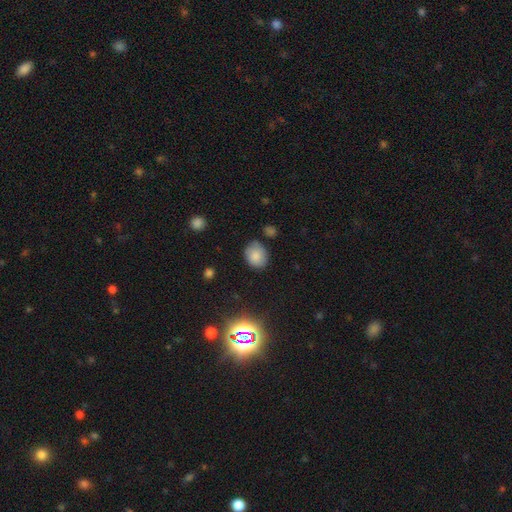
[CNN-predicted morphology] Overall: smooth (79%). How rounded: in between (50%; round 49%). Merging: none (72%).